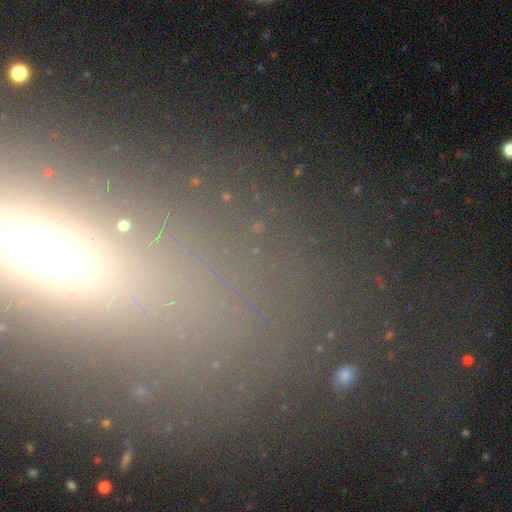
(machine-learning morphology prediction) The model was most divided on "smooth or featured": star or artifact: 45%, smooth: 33%, featured or disk: 22%.